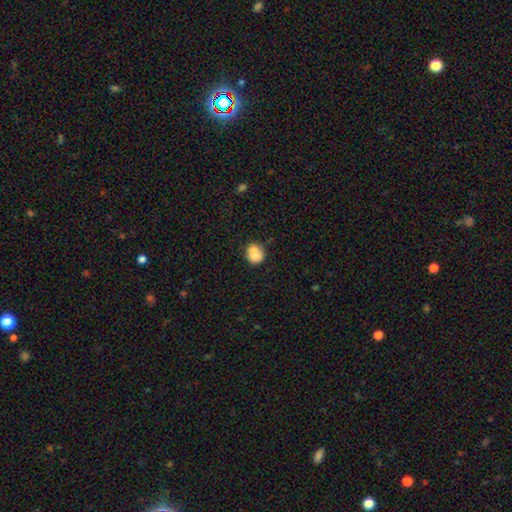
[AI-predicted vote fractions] A smooth galaxy with no disk features (78%) that is round (74%).

Vote fractions:
- Smooth or featured? smooth: 78% / featured or disk: 13% / star or artifact: 9%
- How rounded? round: 74% / in between: 25% / cigar-shaped: 1%
- Merging? none: 48% / merger: 32% / minor disturbance: 15% / major disturbance: 5%